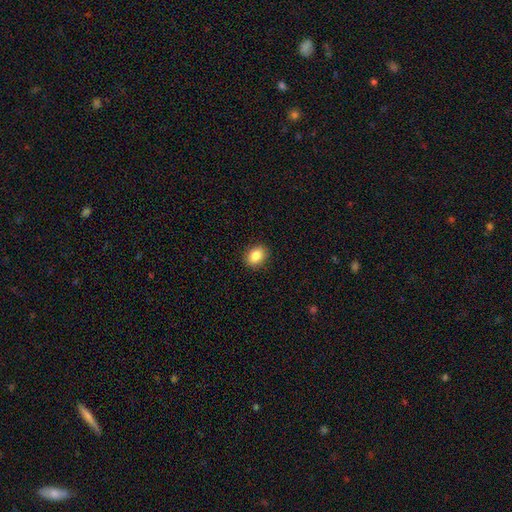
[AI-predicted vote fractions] Morphology: type=smooth (86%); roundness=in between (65%); merging=none (90%).